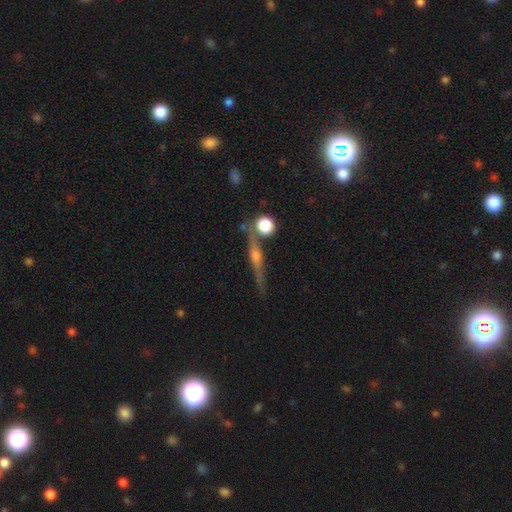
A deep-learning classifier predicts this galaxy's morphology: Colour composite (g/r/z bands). It shows a featured or disk galaxy (76%) viewed edge-on (96%) with a rounded central bulge (88%). Merging: none (82%).